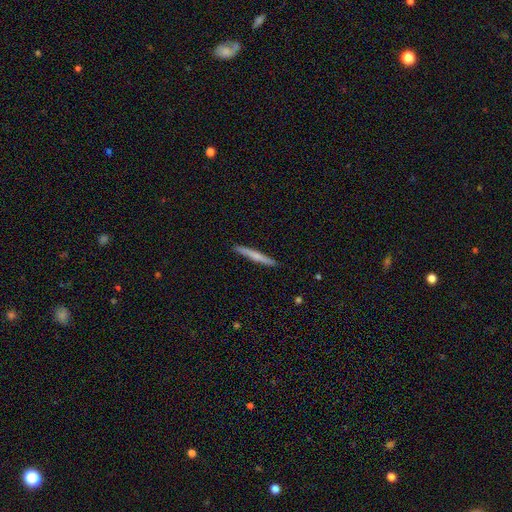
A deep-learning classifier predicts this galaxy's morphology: Smooth or featured: smooth — 56% (featured or disk — 38%)
How rounded: cigar-shaped — 96% (in between — 2%)
Merging: none — 91% (minor disturbance — 6%)